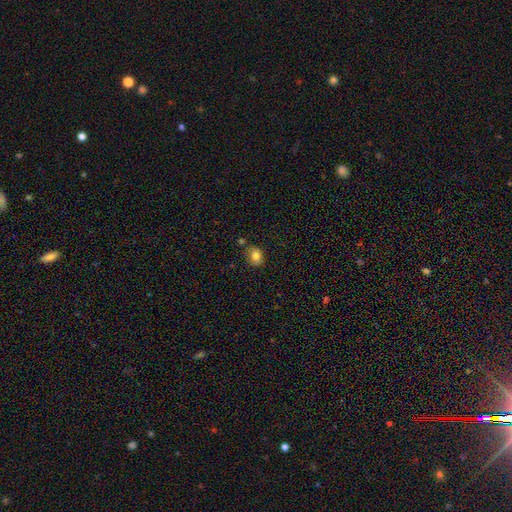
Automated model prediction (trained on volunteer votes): Smooth or featured? Predicted: smooth (p=0.81). How rounded? Predicted: round (p=0.54). Merging? Predicted: none (p=0.73).